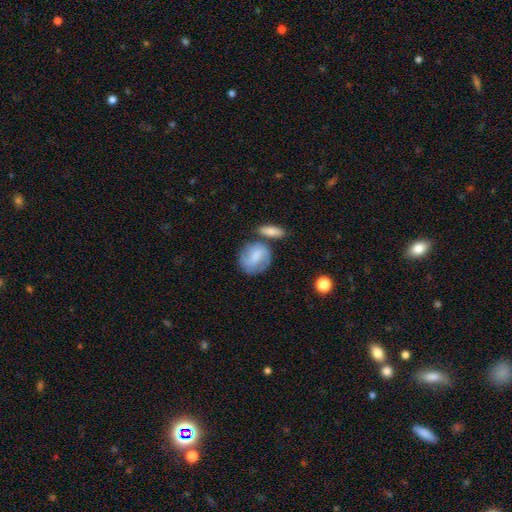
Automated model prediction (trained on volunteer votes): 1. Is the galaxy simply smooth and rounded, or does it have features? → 50% smooth, 43% featured or disk, 7% star or artifact.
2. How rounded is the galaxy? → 67% round, 31% in between, 2% cigar-shaped.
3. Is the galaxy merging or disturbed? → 56% none, 18% minor disturbance, 18% merger, 7% major disturbance.